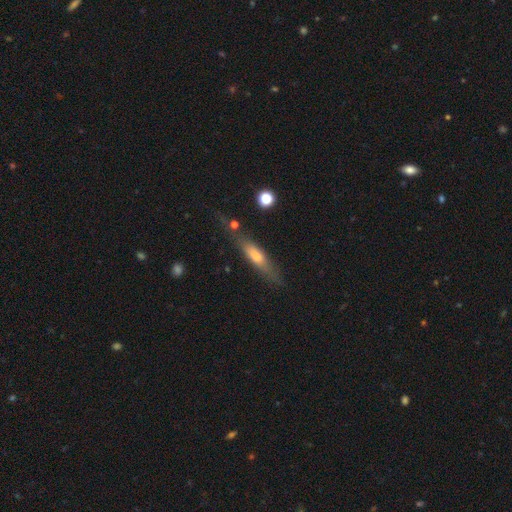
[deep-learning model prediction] A smooth galaxy with no disk features (53%) that is cigar-shaped (76%).

Vote fractions:
- Smooth or featured? smooth: 53% / featured or disk: 39% / star or artifact: 8%
- How rounded? cigar-shaped: 76% / in between: 21% / round: 3%
- Merging? none: 68% / minor disturbance: 19% / major disturbance: 8% / merger: 5%